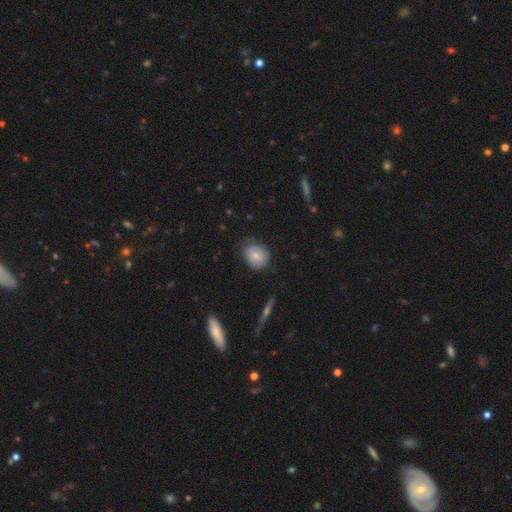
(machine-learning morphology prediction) This appears to be a smooth galaxy with no disk features (77%) that is round (51%). Merging: none (66%).